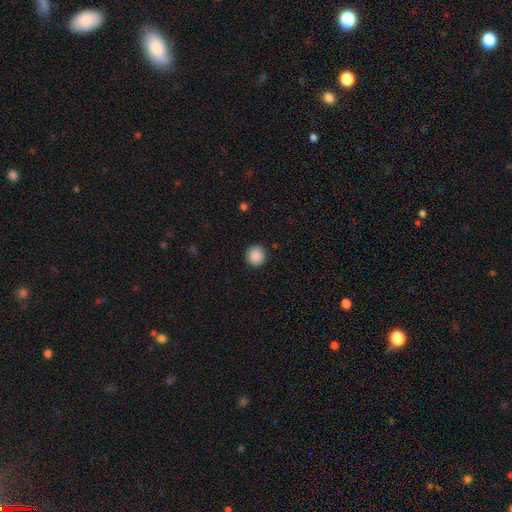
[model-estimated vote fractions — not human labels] A smooth galaxy with no disk features (89%) that is round (93%). Merging: none (91%).